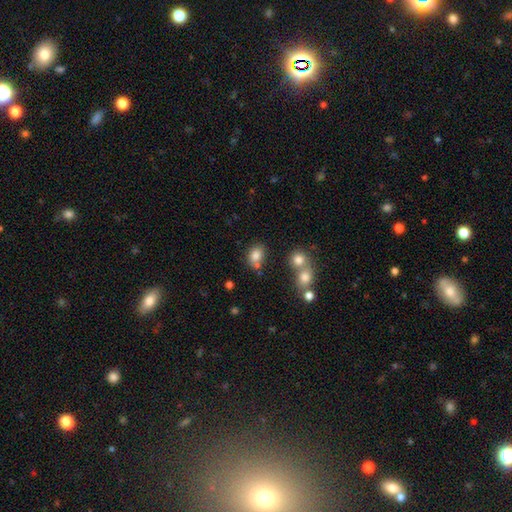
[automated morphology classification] smooth_or_featured: smooth (p=0.80) [alt: star or artifact p=0.12]
how_rounded: in between (p=0.60) [alt: round p=0.39]
merging: none (p=0.61) [alt: merger p=0.20]